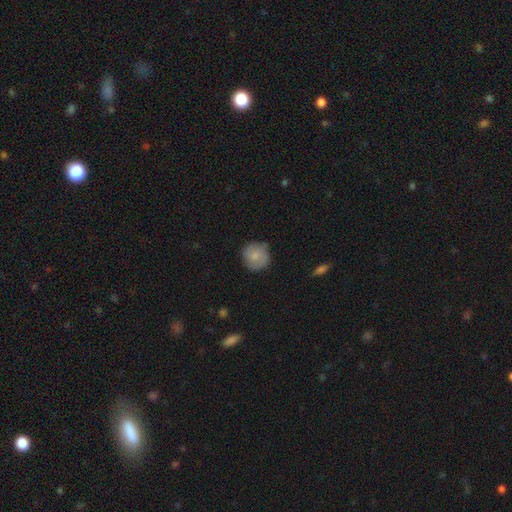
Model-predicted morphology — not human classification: Smooth or featured?
  - smooth: 70% *
  - featured or disk: 23%
  - star or artifact: 7%
How rounded?
  - round: 89% *
  - in between: 10%
  - cigar-shaped: 1%
Merging?
  - none: 74% *
  - minor disturbance: 20%
  - major disturbance: 4%
  - merger: 2%